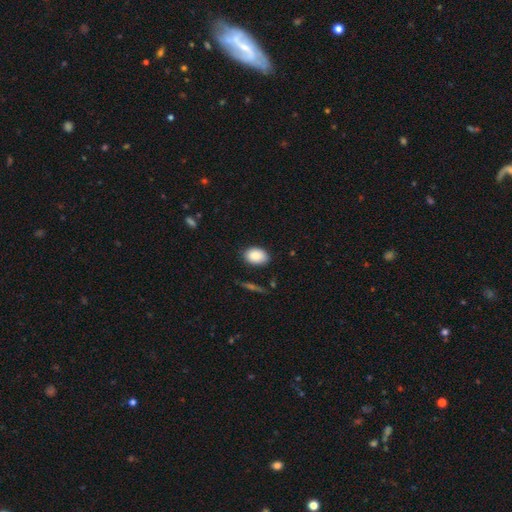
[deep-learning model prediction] Morphology: type=smooth (86%); roundness=in between (81%); merging=none (82%).